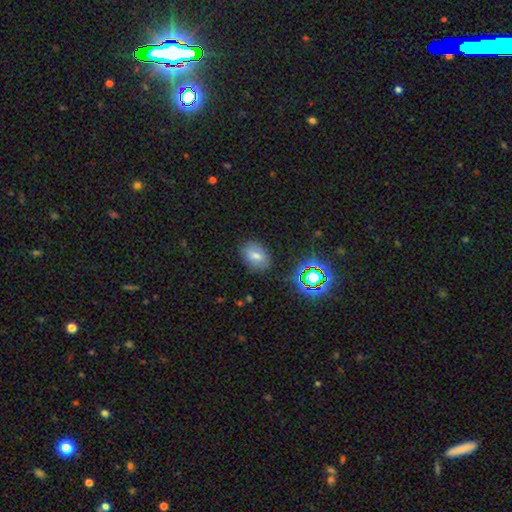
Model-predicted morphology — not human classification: Q: Smooth or featured?
A: smooth (66%); runner-up: featured or disk (17%)
Q: How rounded?
A: in between (79%); runner-up: round (19%)
Q: Merging?
A: none (82%); runner-up: minor disturbance (13%)